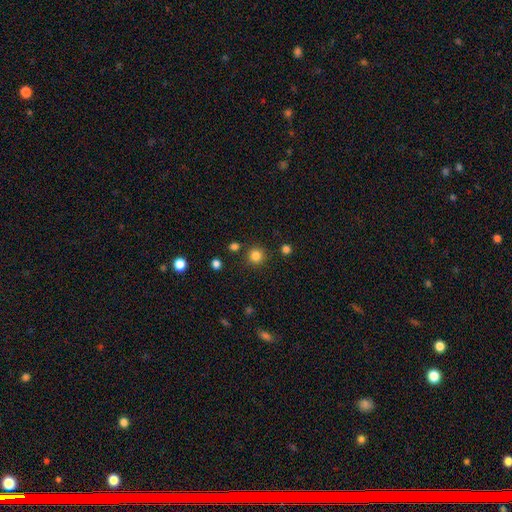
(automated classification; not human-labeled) A smooth galaxy with no disk features (83%) that is round (93%). Merging: none (86%).